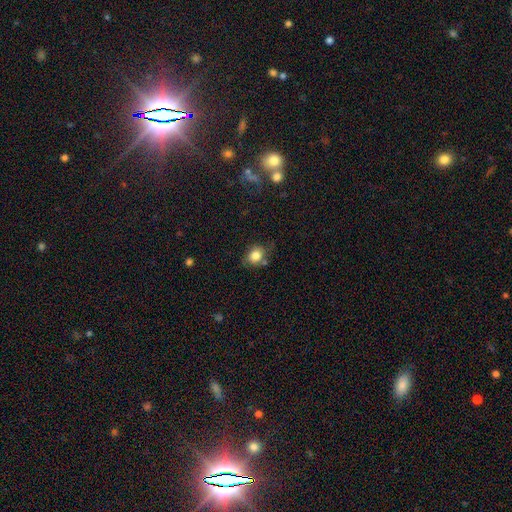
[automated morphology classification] Smooth or featured?
  - smooth: 82% *
  - star or artifact: 10%
  - featured or disk: 8%
How rounded?
  - round: 61% *
  - in between: 38%
  - cigar-shaped: 1%
Merging?
  - none: 65% *
  - minor disturbance: 22%
  - merger: 8%
  - major disturbance: 6%